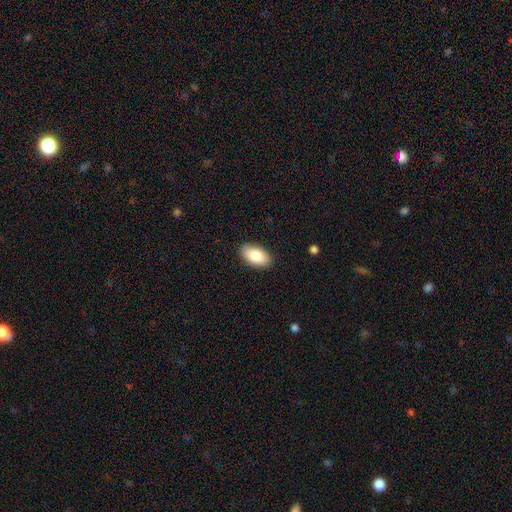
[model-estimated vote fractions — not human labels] Q: Smooth or featured?
A: smooth (84%); runner-up: featured or disk (10%)
Q: How rounded?
A: in between (94%); runner-up: round (4%)
Q: Merging?
A: none (88%); runner-up: minor disturbance (9%)